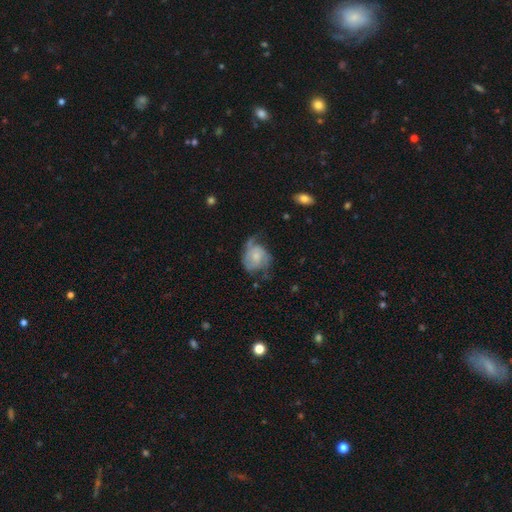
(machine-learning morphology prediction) featured or disk 66%, smooth 27%, star or artifact 7%. Down the decision tree: edge-on disk — no (98%); bar — no (73%); spiral arms — yes (87%); spiral arm count — 2 (52%); spiral winding — medium (41%); bulge size — small (51%); merging — none (42%).